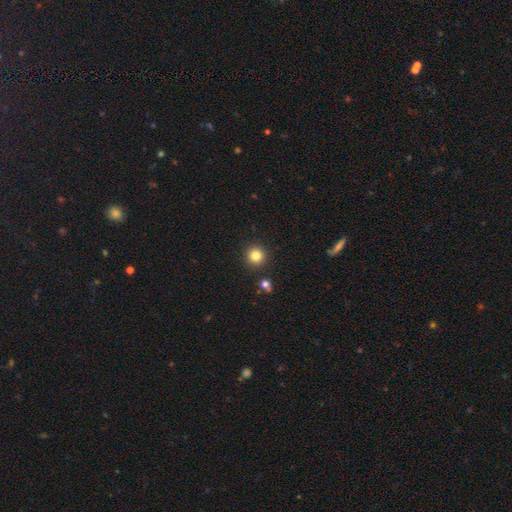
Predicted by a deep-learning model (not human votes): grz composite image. It shows a smooth galaxy with no disk features (82%) that is round (94%). Merging: none (89%).